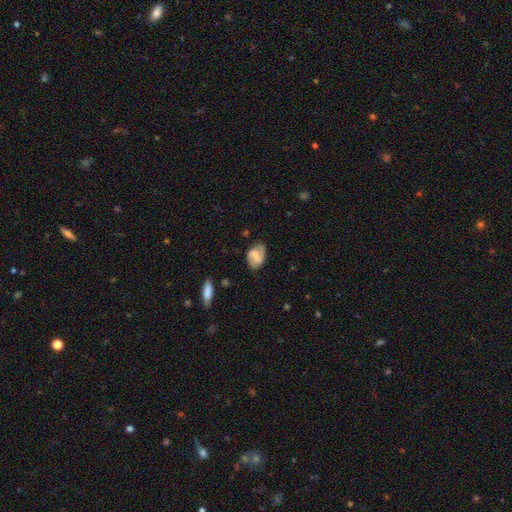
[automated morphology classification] This is likely a featured or disk galaxy (70%). It is clearly not viewed edge-on (97%). Bar: marginally weak (44%). Spiral arm pattern: clearly yes (90%). Spiral arm count: clearly 2 (88%). Spiral winding: possibly medium (46%). Central bulge: marginally none (39%). Merging: likely none (74%).